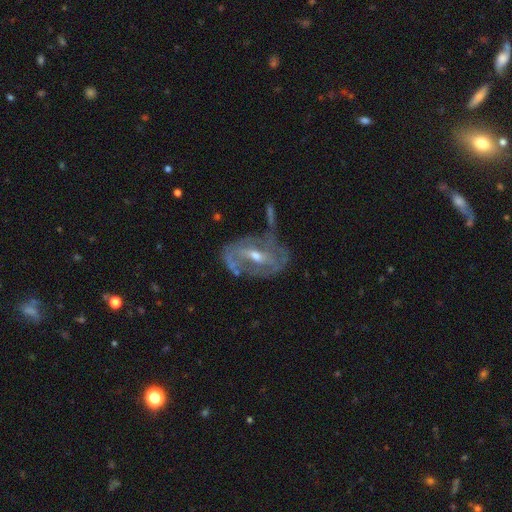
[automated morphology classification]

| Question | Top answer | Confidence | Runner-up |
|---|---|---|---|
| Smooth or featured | featured or disk | 80% | smooth (13%) |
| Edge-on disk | no | 93% | yes (7%) |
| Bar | weak | 42% | strong (31%) |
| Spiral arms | yes | 69% | no (31%) |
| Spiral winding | tight | 41% | medium (38%) |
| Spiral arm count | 2 | 43% | can't tell (37%) |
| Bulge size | moderate | 58% | small (38%) |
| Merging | none | 43% | minor disturbance (23%) |